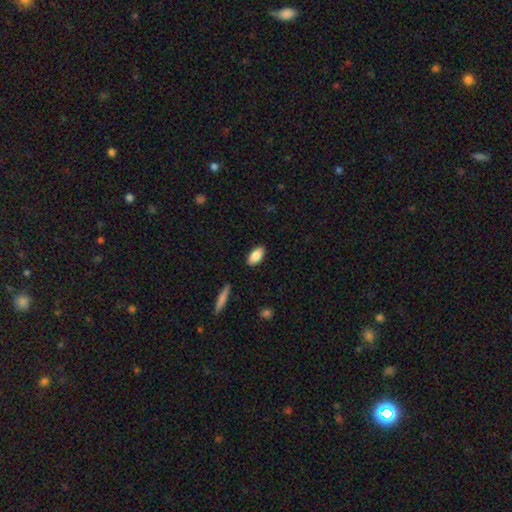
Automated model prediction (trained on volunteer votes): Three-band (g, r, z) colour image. It shows a smooth galaxy with no disk features (85%) that is in between round and cigar-shaped (91%). Merging: none (88%).